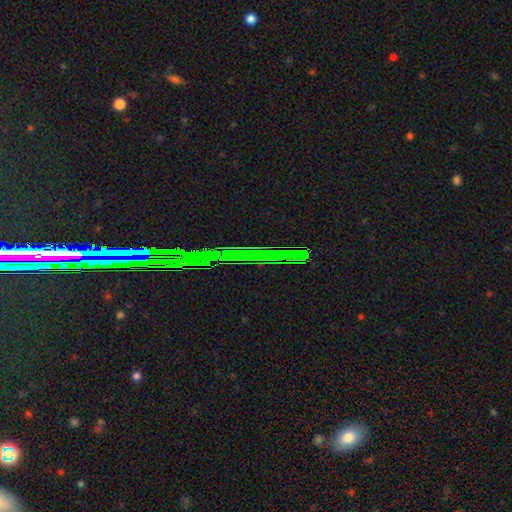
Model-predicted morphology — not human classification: This appears to be a star or artifact, not a galaxy (77%).